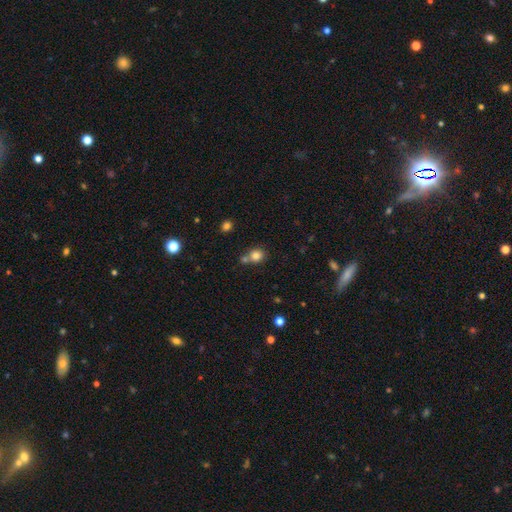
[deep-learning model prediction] A smooth galaxy with no disk features (80%) that is round (78%).

Vote fractions:
- Smooth or featured? smooth: 80% / star or artifact: 12% / featured or disk: 8%
- How rounded? round: 78% / in between: 21% / cigar-shaped: 1%
- Merging? none: 56% / merger: 30% / minor disturbance: 10% / major disturbance: 3%